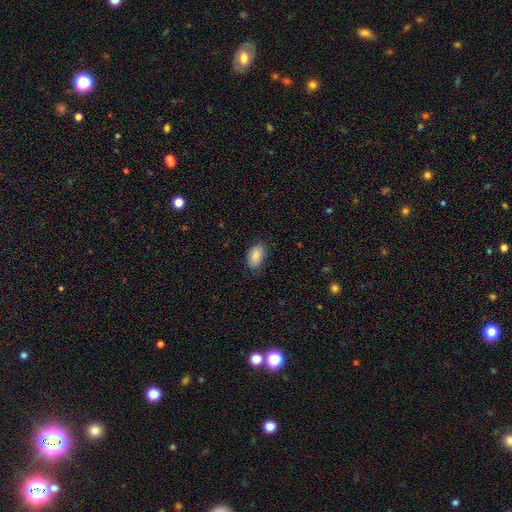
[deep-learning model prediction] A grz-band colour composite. It shows a smooth galaxy with no disk features (87%) that is in between round and cigar-shaped (93%). Merging: none (79%).